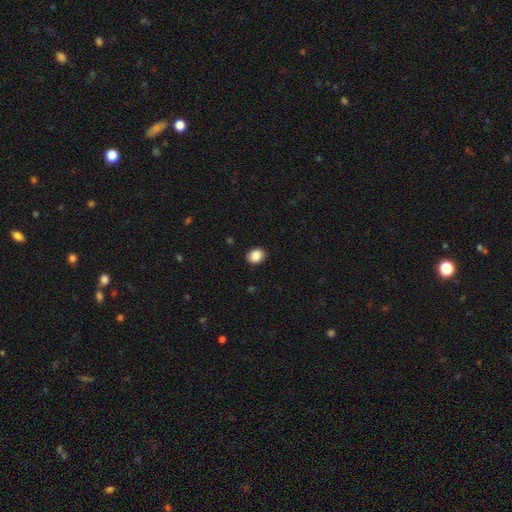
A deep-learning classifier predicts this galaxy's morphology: The model was most divided on "how rounded": round: 61%, in between: 38%, cigar-shaped: 1%. More confident: merging — none (91%); smooth or featured — smooth (88%).